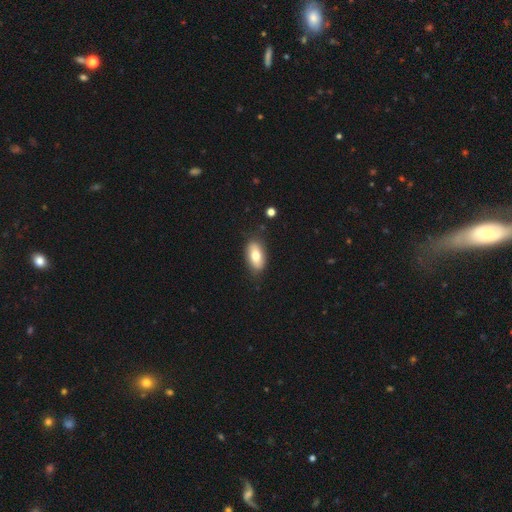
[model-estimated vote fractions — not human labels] The model was most divided on "smooth or featured": smooth: 75%, featured or disk: 19%, star or artifact: 6%. More confident: how rounded — in between (91%); merging — none (83%).